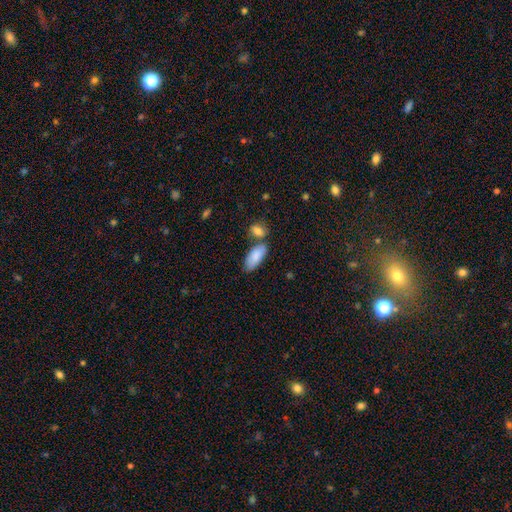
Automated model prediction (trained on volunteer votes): Morphology: type=smooth (86%); roundness=in between (86%); merging=none (57%).